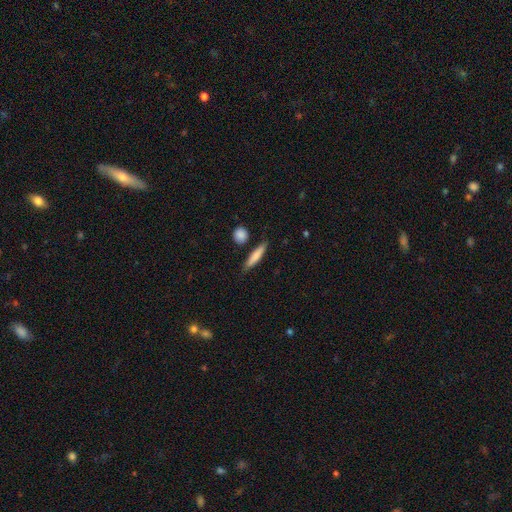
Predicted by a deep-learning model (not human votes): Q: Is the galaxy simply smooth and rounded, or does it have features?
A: smooth — 73%.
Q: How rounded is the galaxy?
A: cigar-shaped — 84%.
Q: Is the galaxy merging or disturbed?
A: none — 81%.